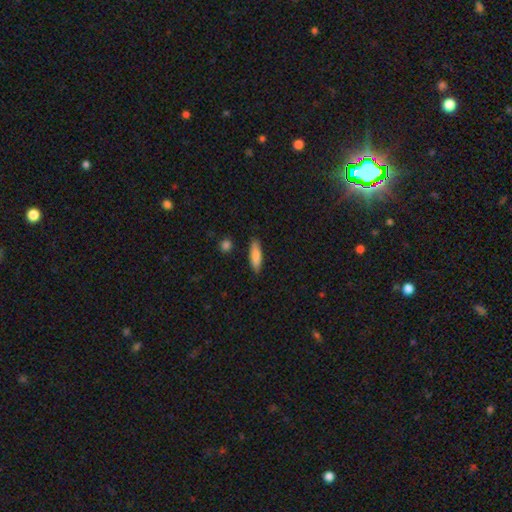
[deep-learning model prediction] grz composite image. It shows a smooth galaxy with no disk features (81%) that is cigar-shaped (62%). Merging: none (86%).